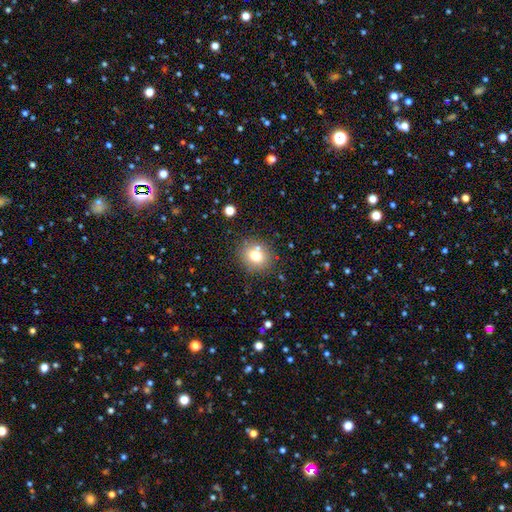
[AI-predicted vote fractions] Overall: smooth (74%). How rounded: round (73%). Merging: none (78%).